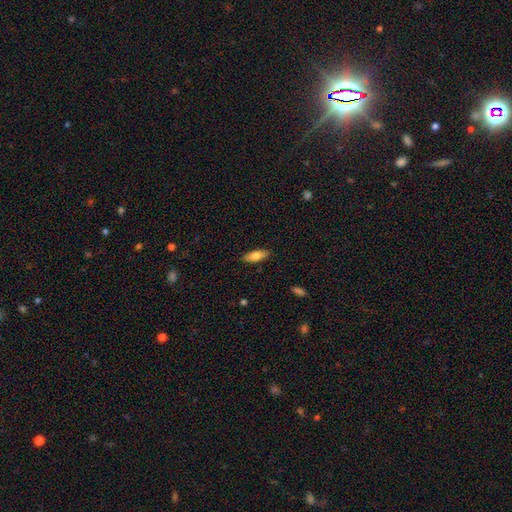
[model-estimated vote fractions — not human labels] The model was most divided on "how rounded": in between: 69%, cigar-shaped: 29%, round: 2%. More confident: merging — none (88%); smooth or featured — smooth (76%).